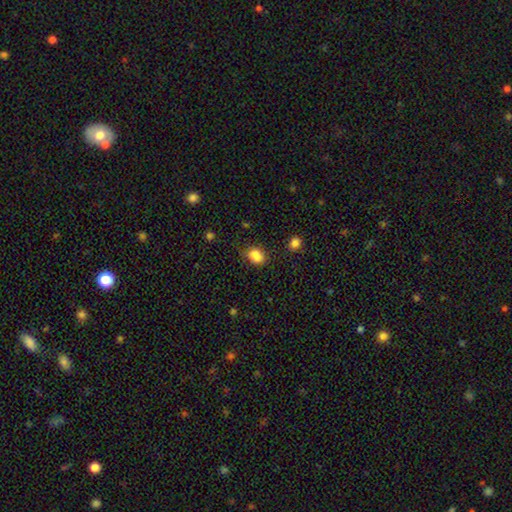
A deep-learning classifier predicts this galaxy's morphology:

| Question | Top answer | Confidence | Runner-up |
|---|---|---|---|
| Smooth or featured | smooth | 82% | star or artifact (11%) |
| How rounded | in between | 65% | round (33%) |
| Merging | none | 56% | minor disturbance (24%) |